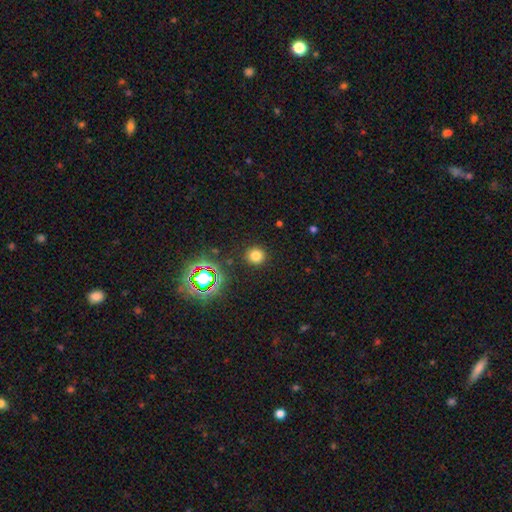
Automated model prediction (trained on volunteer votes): smooth_or_featured: smooth (p=0.74) [alt: star or artifact p=0.20]
how_rounded: round (p=0.91) [alt: in between p=0.08]
merging: none (p=0.90) [alt: minor disturbance p=0.06]